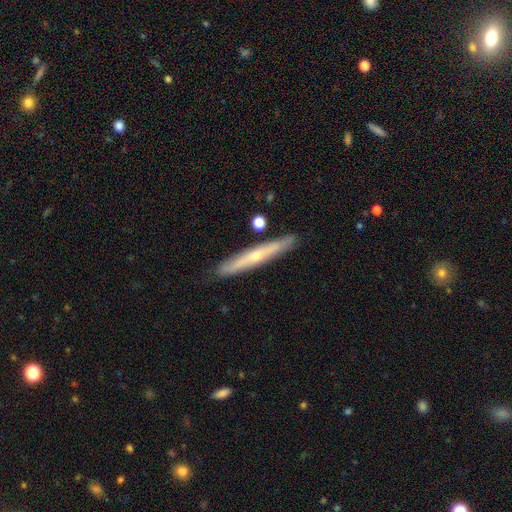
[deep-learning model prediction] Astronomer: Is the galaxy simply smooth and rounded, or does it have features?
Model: featured or disk — 60%.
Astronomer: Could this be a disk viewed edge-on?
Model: yes — 87%.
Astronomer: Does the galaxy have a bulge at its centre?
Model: rounded — 73%.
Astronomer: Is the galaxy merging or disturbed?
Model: none — 85%.